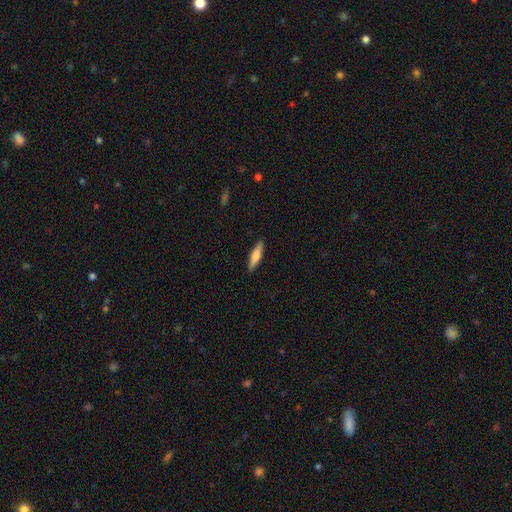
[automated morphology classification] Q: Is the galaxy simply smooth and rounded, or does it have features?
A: smooth — 61%.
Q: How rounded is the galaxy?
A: cigar-shaped — 75%.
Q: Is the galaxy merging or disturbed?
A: none — 90%.